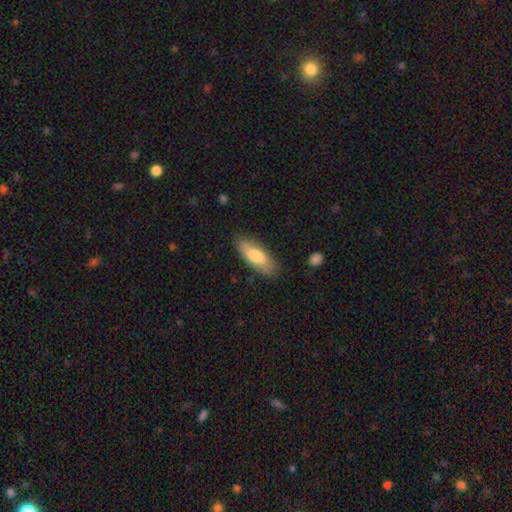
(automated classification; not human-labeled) Smooth or featured? smooth (77%)
How rounded? in between (70%)
Merging? none (81%)